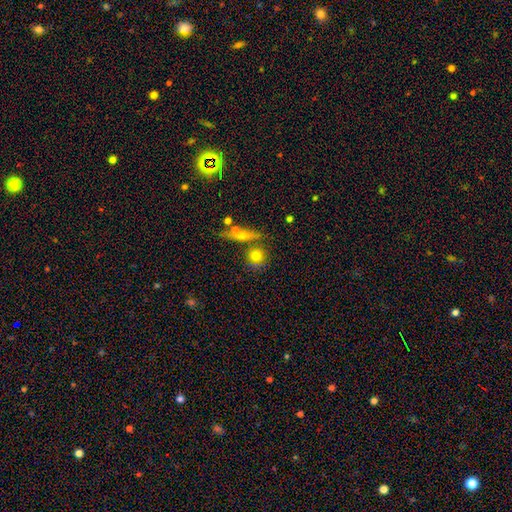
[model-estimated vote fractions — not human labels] smooth 71%, featured or disk 19%, star or artifact 10%. Down the decision tree: how rounded — round (81%); merging — none (65%).